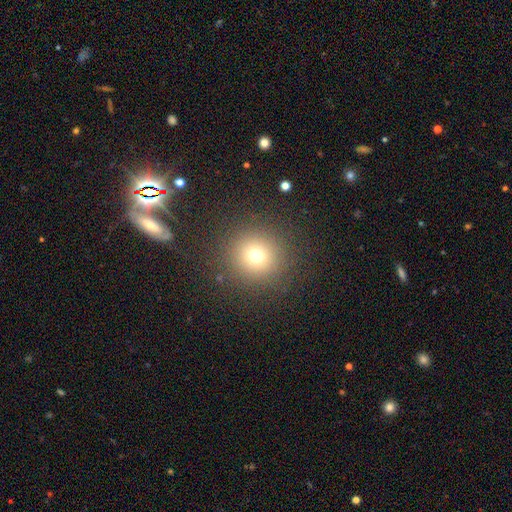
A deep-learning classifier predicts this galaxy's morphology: A smooth galaxy with no disk features (72%) that is round (94%). Merging: none (89%).